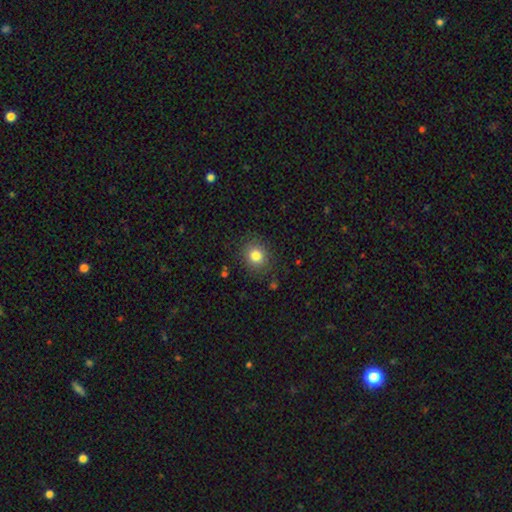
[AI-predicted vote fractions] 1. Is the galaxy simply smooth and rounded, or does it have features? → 82% smooth, 11% star or artifact, 7% featured or disk.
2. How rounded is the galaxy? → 75% round, 24% in between, 1% cigar-shaped.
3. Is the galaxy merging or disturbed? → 86% none, 10% minor disturbance, 3% major disturbance, 1% merger.